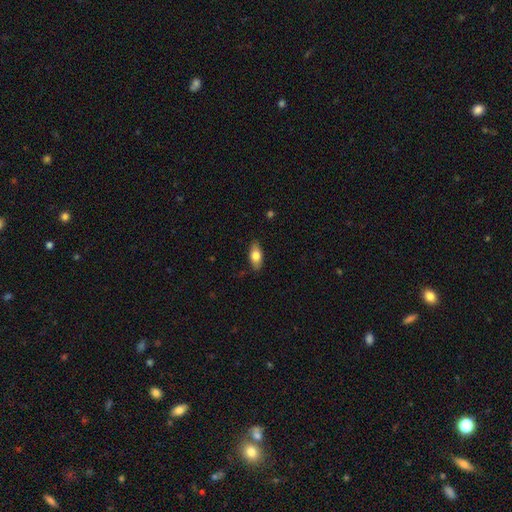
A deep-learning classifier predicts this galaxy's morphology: smooth_or_featured: smooth (p=0.75) [alt: featured or disk p=0.19]
how_rounded: in between (p=0.87) [alt: cigar-shaped p=0.09]
merging: none (p=0.85) [alt: minor disturbance p=0.12]